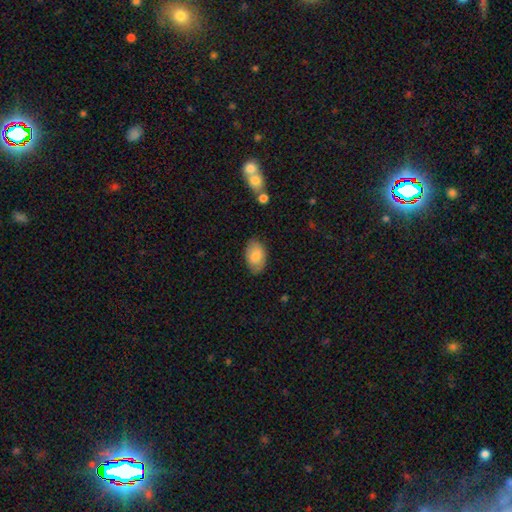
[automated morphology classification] Smooth or featured: smooth — 79% (featured or disk — 14%)
How rounded: in between — 93% (round — 6%)
Merging: none — 79% (minor disturbance — 16%)